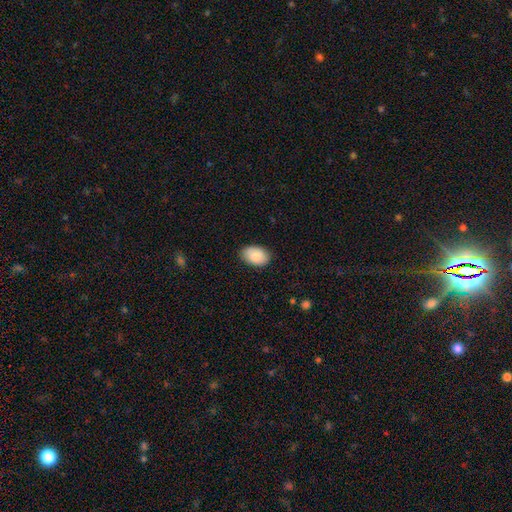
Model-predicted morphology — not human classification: Smooth or featured?
  - smooth: 87% *
  - featured or disk: 7%
  - star or artifact: 6%
How rounded?
  - in between: 89% *
  - round: 10%
  - cigar-shaped: 1%
Merging?
  - none: 86% *
  - minor disturbance: 11%
  - major disturbance: 2%
  - merger: 1%